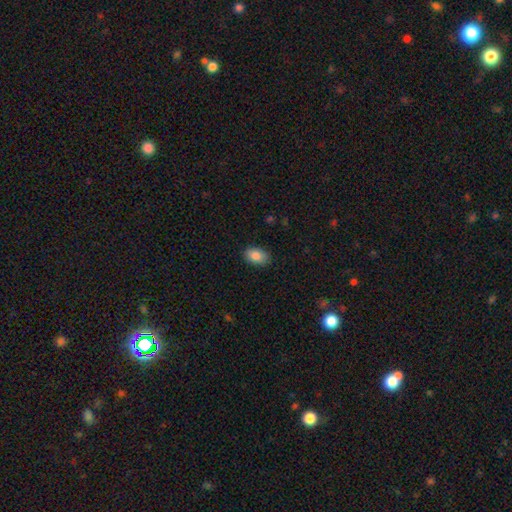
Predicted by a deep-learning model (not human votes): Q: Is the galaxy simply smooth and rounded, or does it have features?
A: smooth — 87%.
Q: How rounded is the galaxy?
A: in between — 89%.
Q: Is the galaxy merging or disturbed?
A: none — 87%.